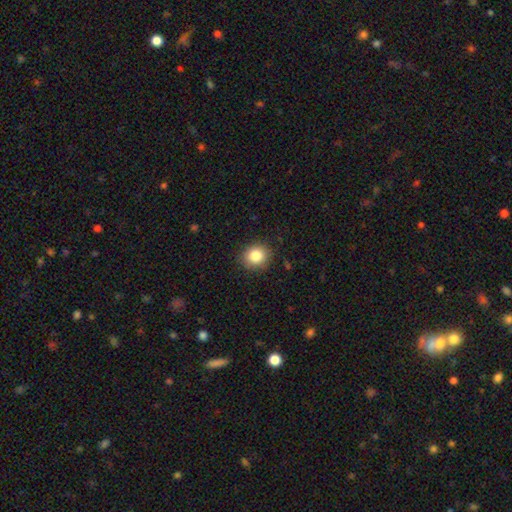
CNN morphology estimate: Q: Smooth or featured?
A: smooth (84%); runner-up: star or artifact (10%)
Q: How rounded?
A: round (76%); runner-up: in between (23%)
Q: Merging?
A: none (88%); runner-up: minor disturbance (9%)